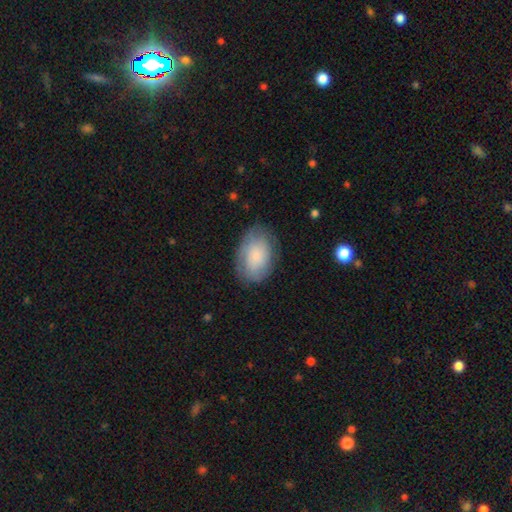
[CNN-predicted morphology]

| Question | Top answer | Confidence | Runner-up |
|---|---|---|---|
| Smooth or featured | smooth | 71% | featured or disk (22%) |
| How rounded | in between | 87% | round (12%) |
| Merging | none | 78% | minor disturbance (17%) |